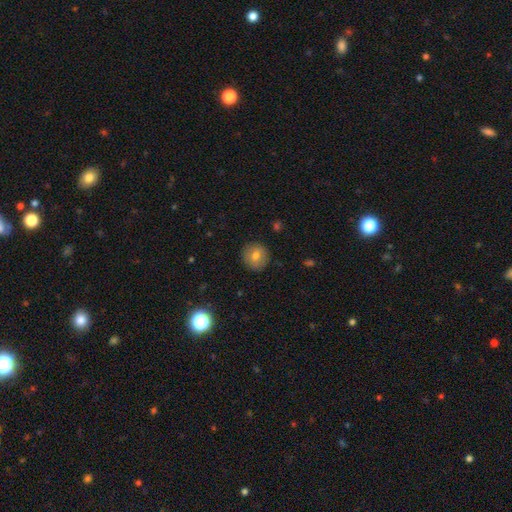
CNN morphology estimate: This is likely a smooth galaxy (74%). How rounded: clearly round (92%). Merging: clearly none (90%).